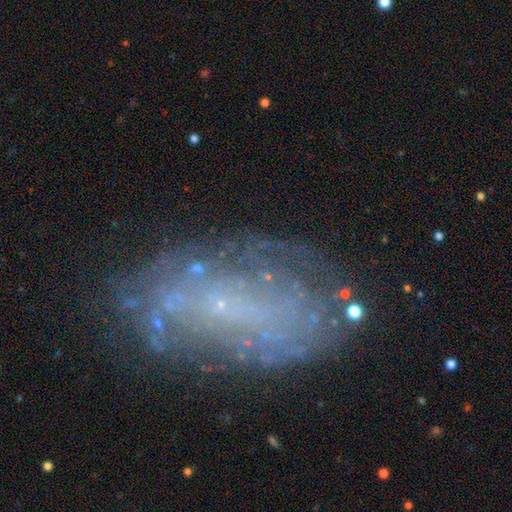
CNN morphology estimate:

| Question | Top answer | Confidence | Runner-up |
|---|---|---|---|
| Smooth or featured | featured or disk | 68% | smooth (20%) |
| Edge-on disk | no | 94% | yes (6%) |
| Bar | no | 80% | weak (15%) |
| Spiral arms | yes | 55% | no (45%) |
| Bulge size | small | 67% | none (26%) |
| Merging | none | 69% | minor disturbance (19%) |